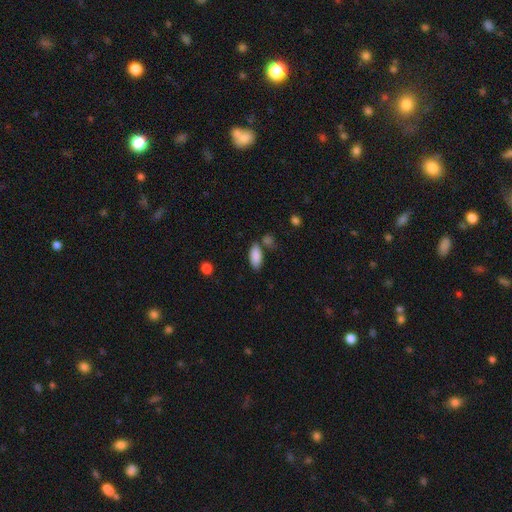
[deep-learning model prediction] Morphology: type=smooth (88%); roundness=in between (86%); merging=none (72%).